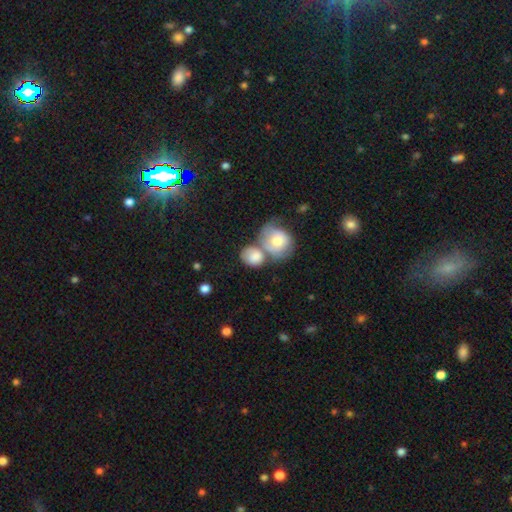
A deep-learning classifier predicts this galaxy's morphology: Smooth or featured? Predicted: smooth (p=0.64). How rounded? Predicted: round (p=0.63). Merging? Predicted: merger (p=0.46).